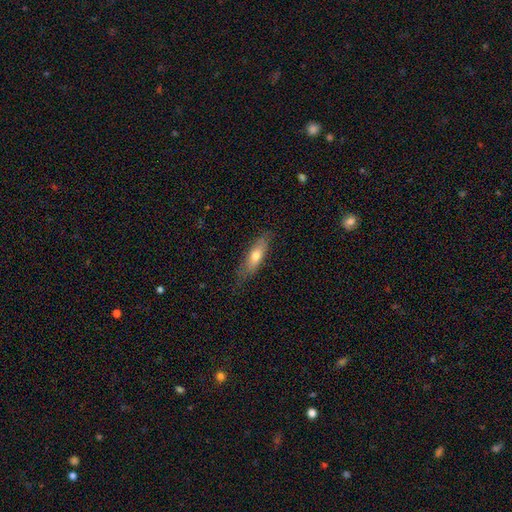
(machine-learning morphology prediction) Smooth or featured? Predicted: smooth (p=0.63). How rounded? Predicted: cigar-shaped (p=0.54). Merging? Predicted: none (p=0.75).